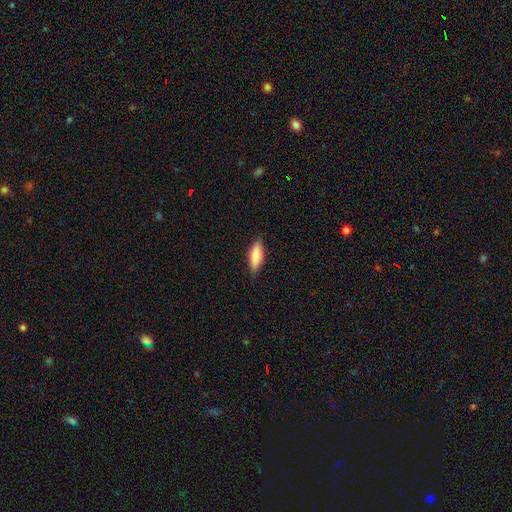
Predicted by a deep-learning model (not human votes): This appears to be a smooth galaxy with no disk features (83%) that is in between round and cigar-shaped (66%). Merging: none (84%).